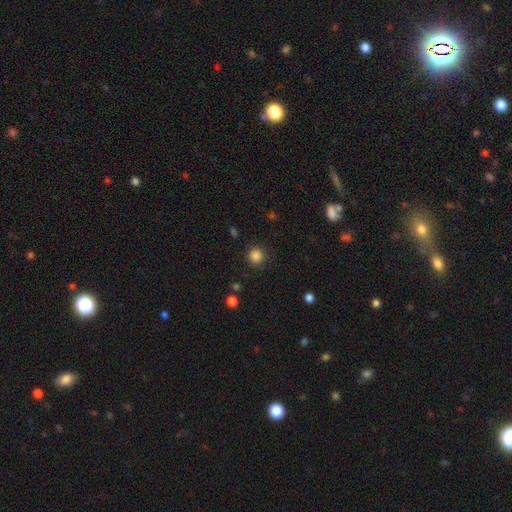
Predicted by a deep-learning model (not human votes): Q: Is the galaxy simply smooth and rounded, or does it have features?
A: smooth — 85%.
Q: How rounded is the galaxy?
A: round — 93%.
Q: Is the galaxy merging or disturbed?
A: none — 90%.